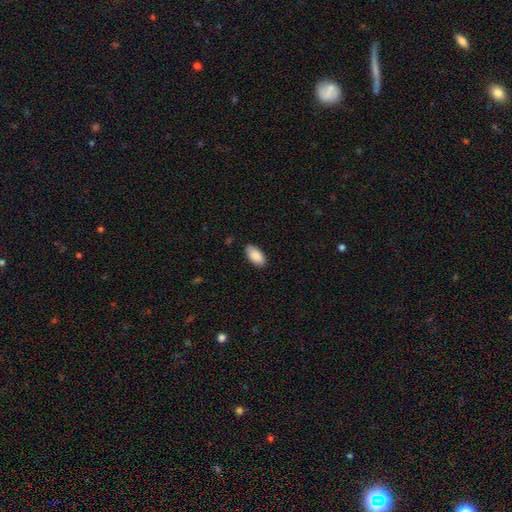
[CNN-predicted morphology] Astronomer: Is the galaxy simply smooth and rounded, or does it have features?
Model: smooth — 90%.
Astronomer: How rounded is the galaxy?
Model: in between — 95%.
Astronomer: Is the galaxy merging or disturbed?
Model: none — 85%.